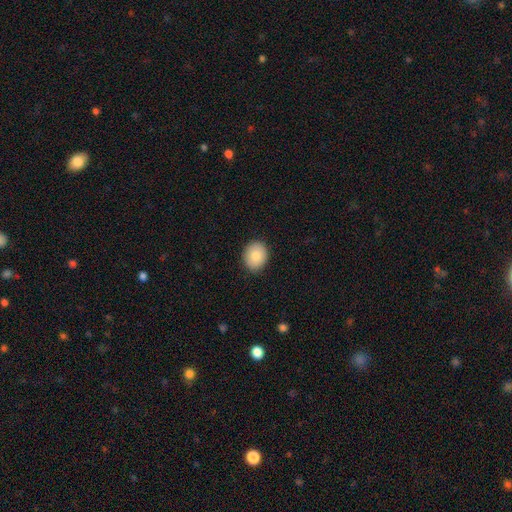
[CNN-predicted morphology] Smooth or featured?
  - smooth: 84% *
  - featured or disk: 9%
  - star or artifact: 7%
How rounded?
  - round: 58% *
  - in between: 41%
  - cigar-shaped: 1%
Merging?
  - none: 89% *
  - minor disturbance: 8%
  - major disturbance: 2%
  - merger: 1%